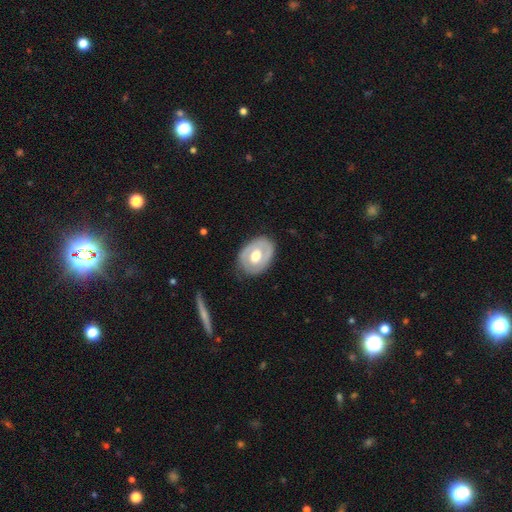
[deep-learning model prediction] Q: Smooth or featured?
A: featured or disk (54%); runner-up: smooth (41%)
Q: Edge-on disk?
A: no (92%); runner-up: yes (8%)
Q: Merging?
A: none (77%); runner-up: minor disturbance (17%)